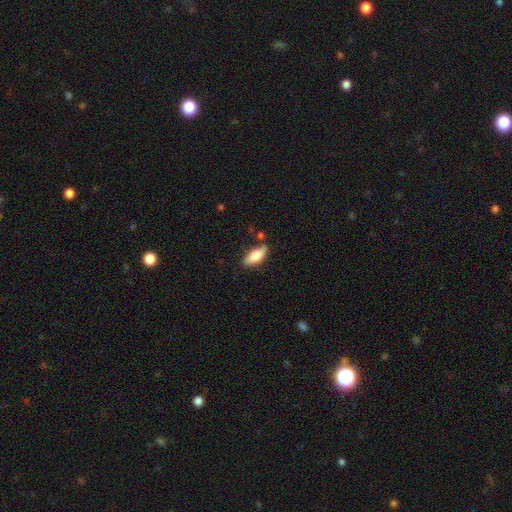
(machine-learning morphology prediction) Smooth or featured?
  - smooth: 76% *
  - featured or disk: 18%
  - star or artifact: 6%
How rounded?
  - in between: 75% *
  - cigar-shaped: 22%
  - round: 2%
Merging?
  - none: 76% *
  - minor disturbance: 16%
  - merger: 4%
  - major disturbance: 3%